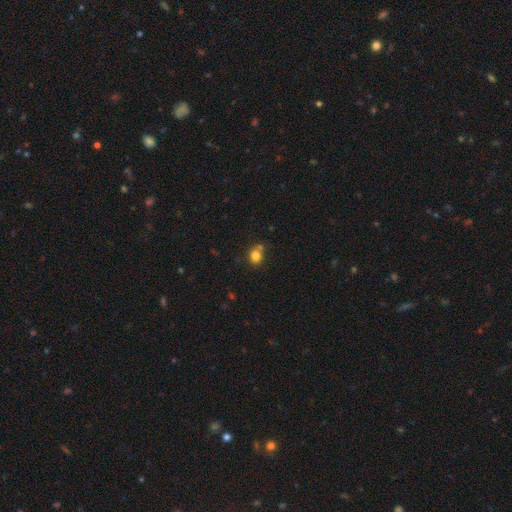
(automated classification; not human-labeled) This is clearly a smooth galaxy (80%). How rounded: likely round (74%). Merging: likely none (66%).